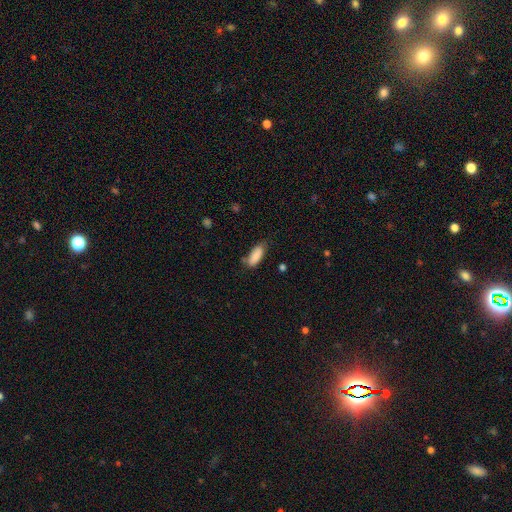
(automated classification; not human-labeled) Morphology: type=smooth (86%); roundness=in between (80%); merging=none (63%).